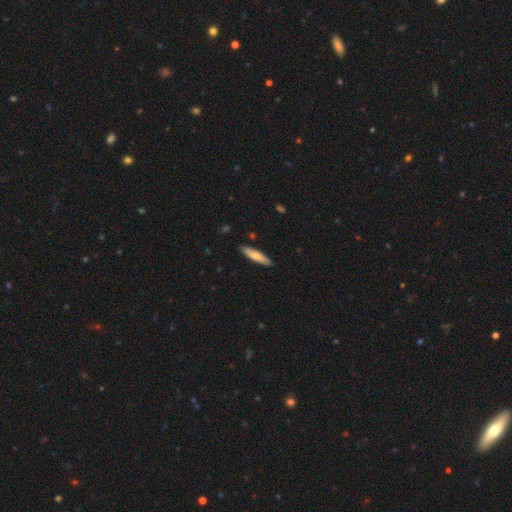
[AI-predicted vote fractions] smooth-or-featured: smooth: 74% | featured or disk: 20% | star or artifact: 5%
  how-rounded: cigar-shaped: 83% | in between: 16% | round: 1%
  merging: none: 89% | minor disturbance: 8% | major disturbance: 2% | merger: 1%